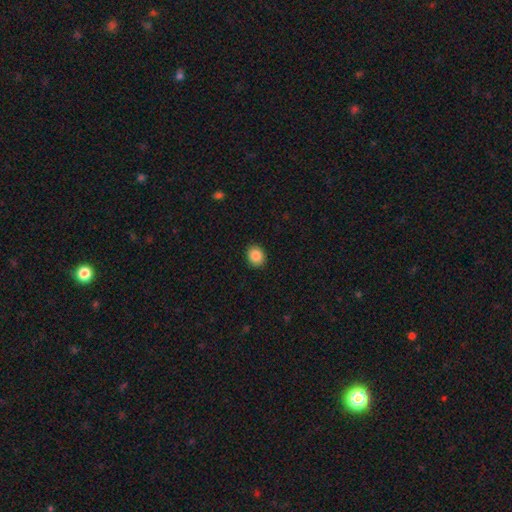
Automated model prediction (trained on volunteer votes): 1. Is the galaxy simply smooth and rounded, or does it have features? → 88% smooth, 8% star or artifact, 4% featured or disk.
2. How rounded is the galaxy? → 63% round, 36% in between, 1% cigar-shaped.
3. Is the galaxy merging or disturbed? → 91% none, 6% minor disturbance, 2% major disturbance, 1% merger.